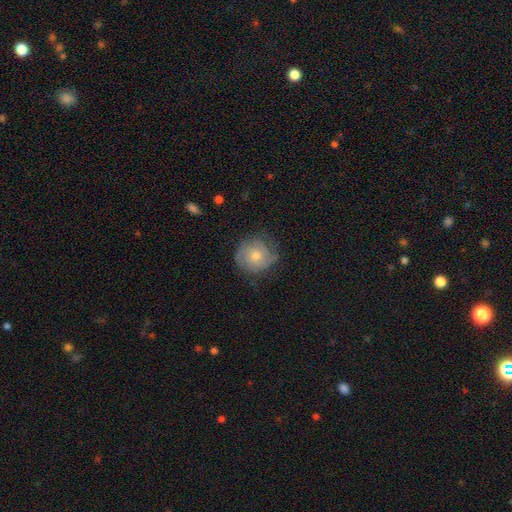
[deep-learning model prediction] The model was most divided on "bulge size": moderate: 50%, small: 46%, large: 2%, none: 1%, dominant: 1%. More confident: edge-on disk — no (97%); bar — no (85%); spiral arms — yes (83%); merging — none (72%); smooth or featured — featured or disk (59%).